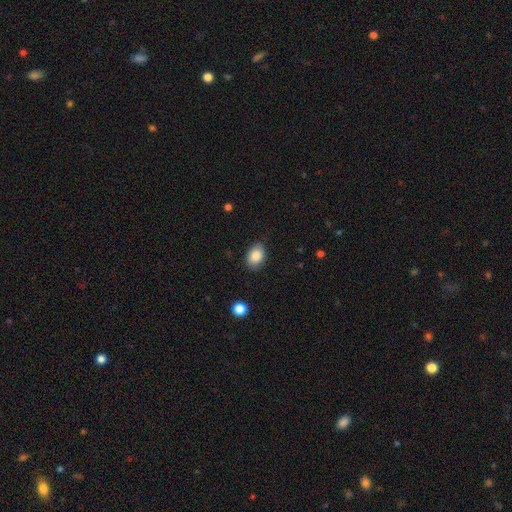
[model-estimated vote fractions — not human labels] The model was most divided on "how rounded": in between: 74%, round: 25%, cigar-shaped: 1%. More confident: smooth or featured — smooth (86%); merging — none (81%).